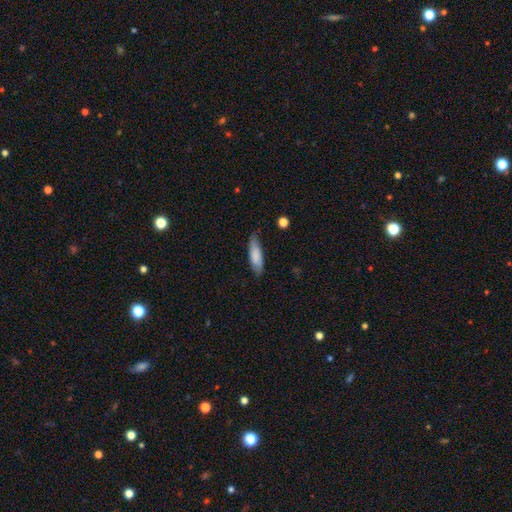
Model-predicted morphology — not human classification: Smooth or featured? Predicted: smooth (p=0.78). How rounded? Predicted: cigar-shaped (p=0.52). Merging? Predicted: none (p=0.77).